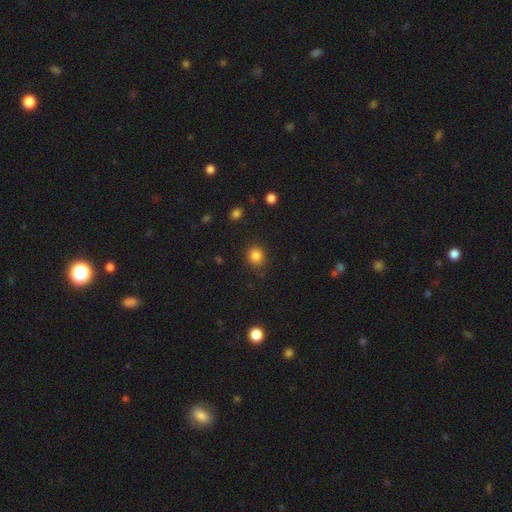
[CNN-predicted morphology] A smooth galaxy with no disk features (84%) that is round (82%). Merging: none (83%).